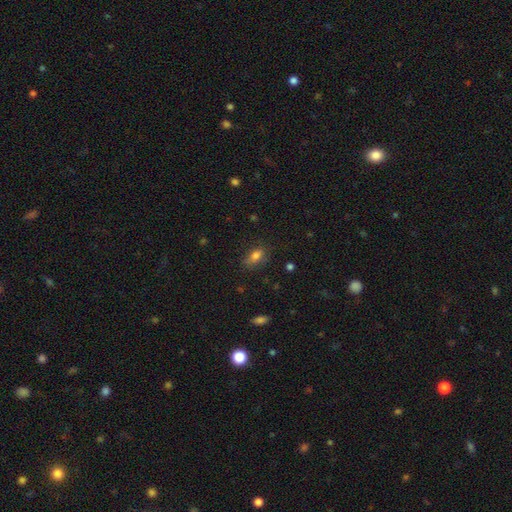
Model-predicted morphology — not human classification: A smooth galaxy with no disk features (78%) that is in between round and cigar-shaped (82%). Merging: none (67%).